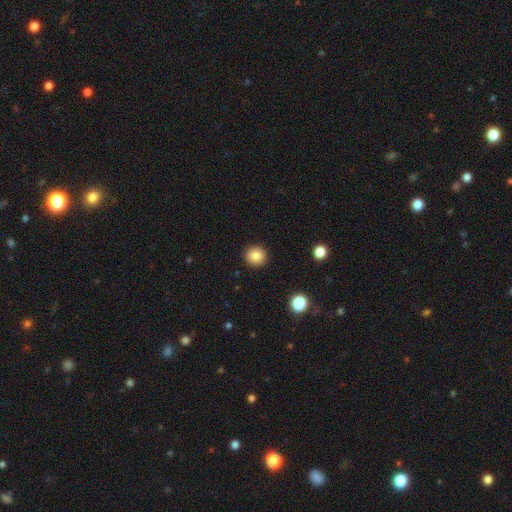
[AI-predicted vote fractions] A smooth galaxy with no disk features (85%) that is round (93%).

Vote fractions:
- Smooth or featured? smooth: 85% / star or artifact: 10% / featured or disk: 5%
- How rounded? round: 93% / in between: 6% / cigar-shaped: 1%
- Merging? none: 92% / minor disturbance: 5% / major disturbance: 2% / merger: 1%